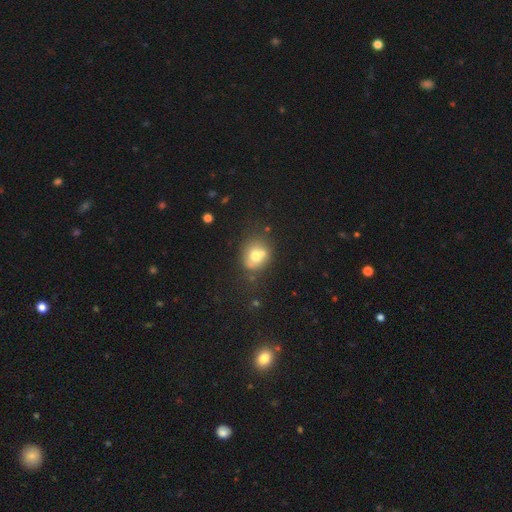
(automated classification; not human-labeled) Smooth or featured? Predicted: smooth (p=0.63). How rounded? Predicted: round (p=0.66). Merging? Predicted: none (p=0.48).